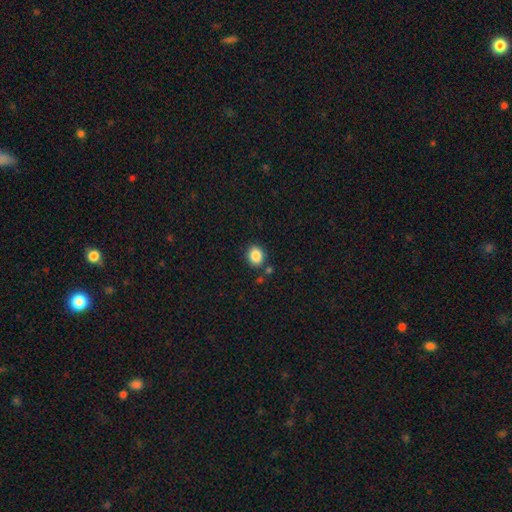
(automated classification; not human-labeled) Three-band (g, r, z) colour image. It shows a smooth galaxy with no disk features (86%) that is round (59%). Merging: none (82%).